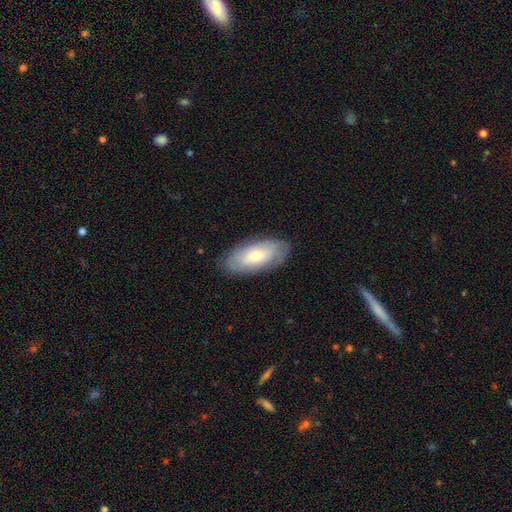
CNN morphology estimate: smooth-or-featured: smooth: 56% | featured or disk: 37% | star or artifact: 6%
  how-rounded: in between: 90% | cigar-shaped: 8% | round: 3%
  merging: none: 84% | minor disturbance: 12% | major disturbance: 3% | merger: 1%